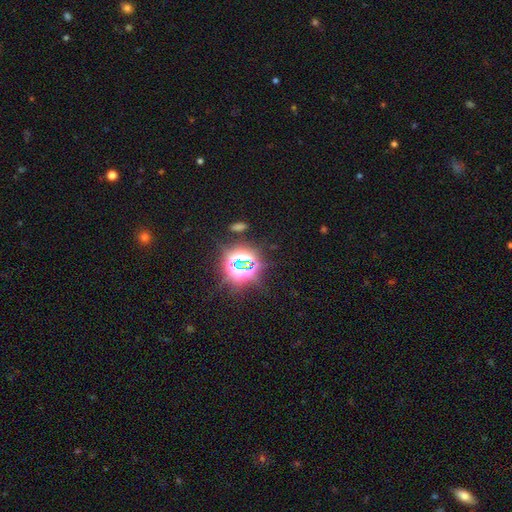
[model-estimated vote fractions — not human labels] Morphology: type=star or artifact (81%).